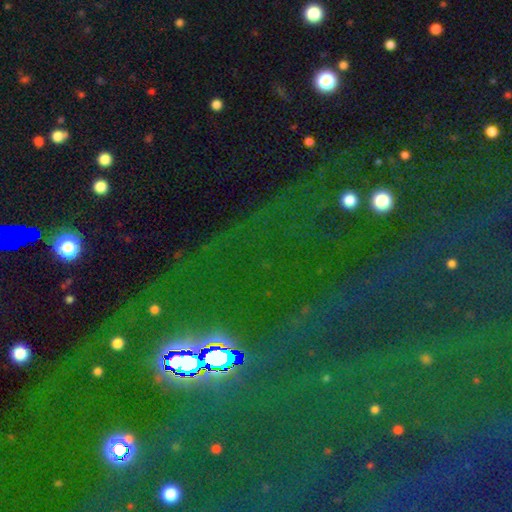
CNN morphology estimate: This appears to be a star or artifact, not a galaxy (80%).